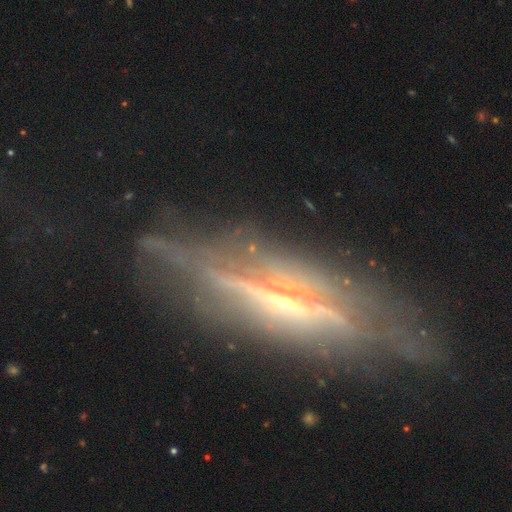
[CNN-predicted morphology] A featured or disk galaxy (83%) viewed edge-on (88%) with a rounded central bulge (61%).

Vote fractions:
- Smooth or featured? featured or disk: 83% / smooth: 9% / star or artifact: 8%
- Edge-on disk? yes: 88% / no: 12%
- Edge-on bulge? rounded: 61% / none: 27% / boxy: 13%
- Merging? none: 66% / minor disturbance: 20% / major disturbance: 11% / merger: 3%